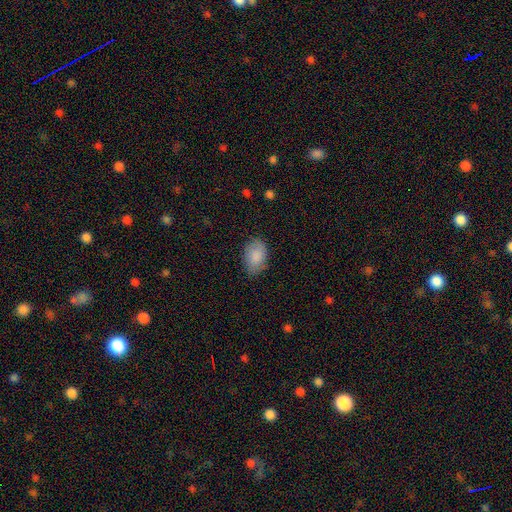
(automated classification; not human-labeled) This appears to be a smooth galaxy with no disk features (84%) that is in between round and cigar-shaped (88%). Merging: none (78%).